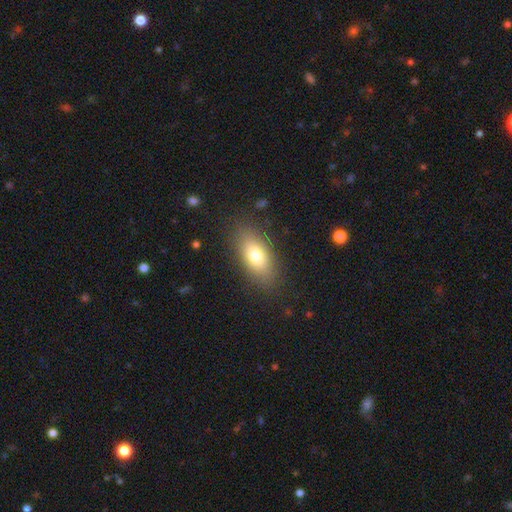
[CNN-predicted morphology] Smooth or featured?
  - smooth: 76% *
  - featured or disk: 15%
  - star or artifact: 9%
How rounded?
  - in between: 86% *
  - cigar-shaped: 8%
  - round: 6%
Merging?
  - none: 84% *
  - minor disturbance: 11%
  - major disturbance: 4%
  - merger: 1%